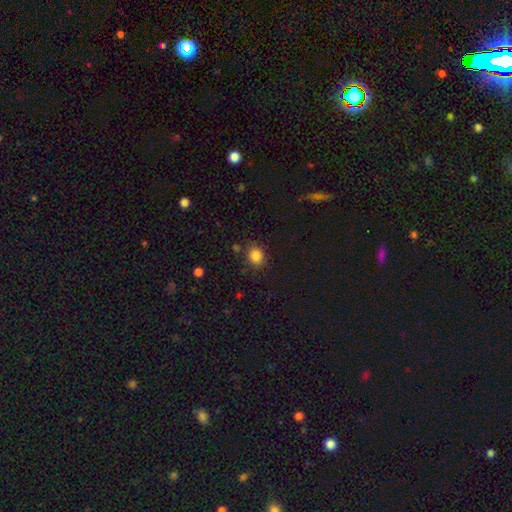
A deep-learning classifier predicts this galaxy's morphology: Smooth or featured? smooth (85%)
How rounded? round (72%)
Merging? none (82%)